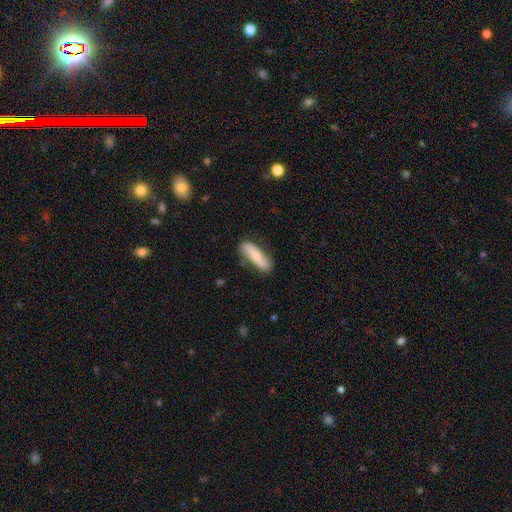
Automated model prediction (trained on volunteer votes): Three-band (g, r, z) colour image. It shows a smooth galaxy with no disk features (63%) that is cigar-shaped (57%). Merging: none (78%).